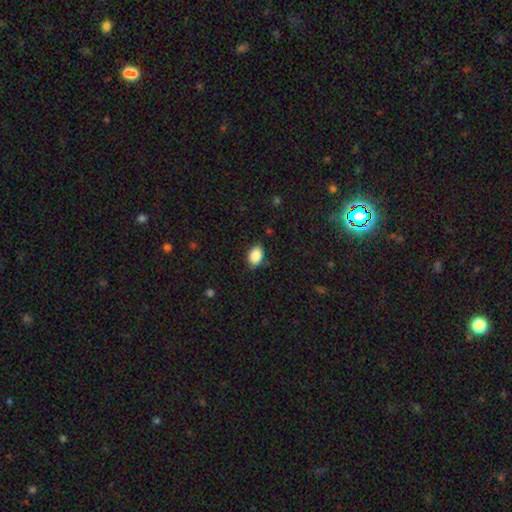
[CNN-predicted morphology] Overall: smooth (88%). How rounded: in between (78%). Merging: none (84%).